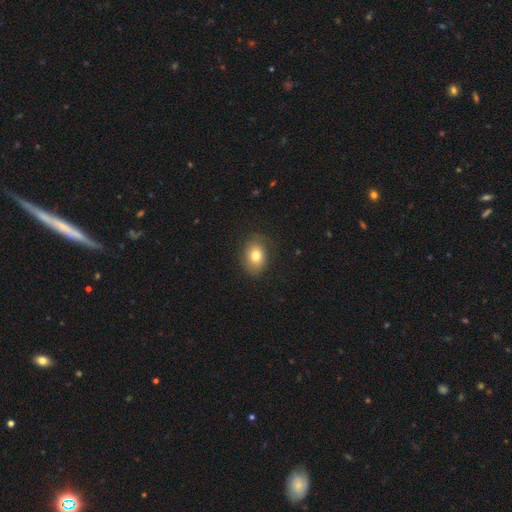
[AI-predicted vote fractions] This is likely a smooth galaxy (79%). How rounded: likely in between (63%). Merging: clearly none (83%).